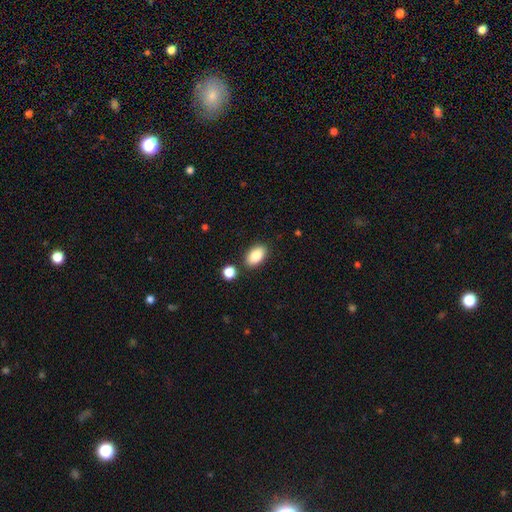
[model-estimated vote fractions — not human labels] Smooth or featured: smooth — 85% (featured or disk — 8%)
How rounded: in between — 92% (round — 6%)
Merging: none — 84% (minor disturbance — 9%)